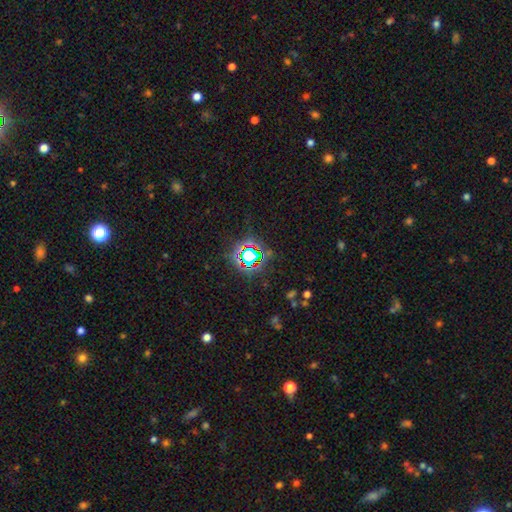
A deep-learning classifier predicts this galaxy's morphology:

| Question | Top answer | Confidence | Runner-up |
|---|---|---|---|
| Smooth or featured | star or artifact | 73% | smooth (17%) |